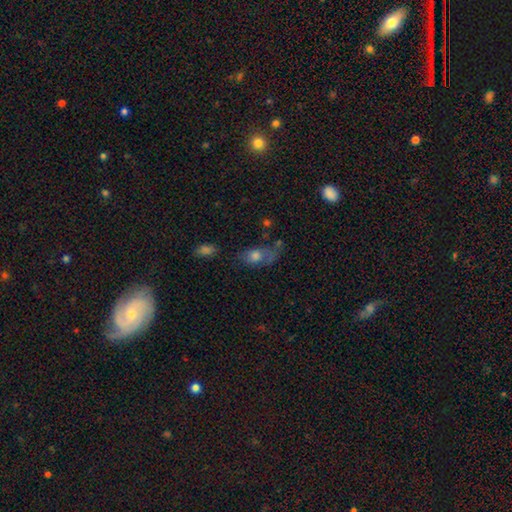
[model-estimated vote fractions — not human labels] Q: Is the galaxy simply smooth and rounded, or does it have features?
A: smooth — 68%.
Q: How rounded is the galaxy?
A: in between — 78%.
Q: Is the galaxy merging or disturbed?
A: none — 39%.